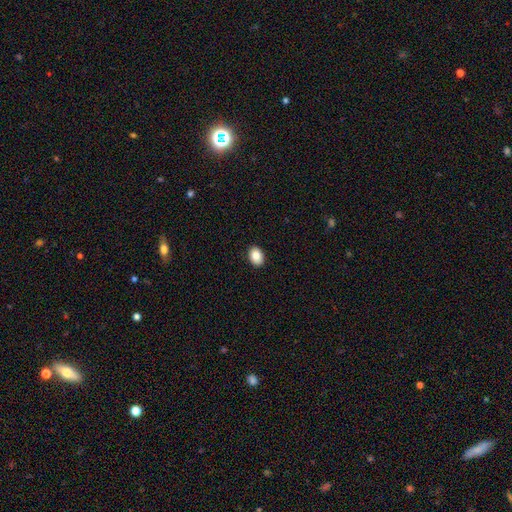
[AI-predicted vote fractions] This is clearly a smooth galaxy (86%). How rounded: likely in between (75%). Merging: clearly none (91%).